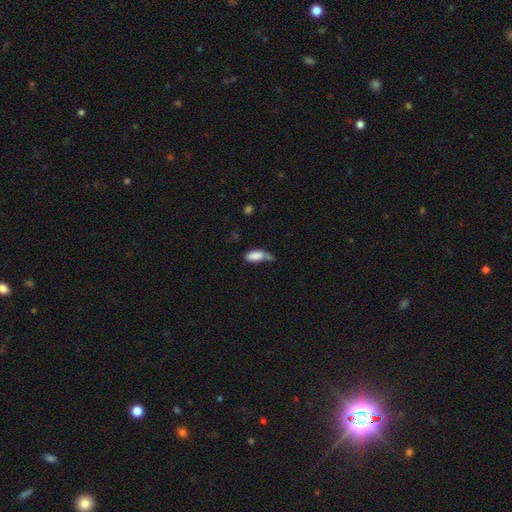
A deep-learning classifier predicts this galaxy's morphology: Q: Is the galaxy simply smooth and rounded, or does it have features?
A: smooth — 84%.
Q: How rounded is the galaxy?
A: in between — 87%.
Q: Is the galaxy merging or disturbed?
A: none — 35%.